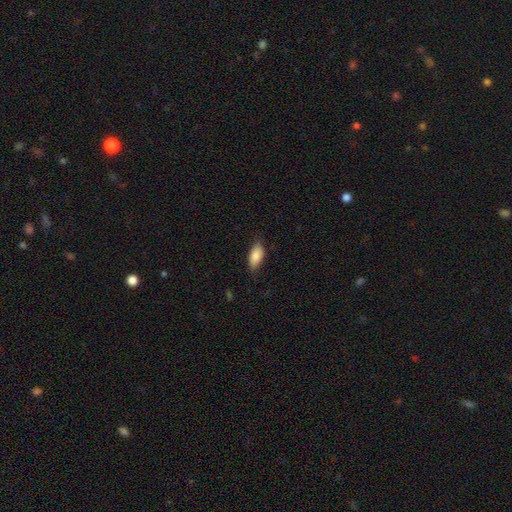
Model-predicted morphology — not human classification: smooth_or_featured: smooth (p=0.85) [alt: featured or disk p=0.09]
how_rounded: in between (p=0.89) [alt: cigar-shaped p=0.08]
merging: none (p=0.79) [alt: minor disturbance p=0.17]